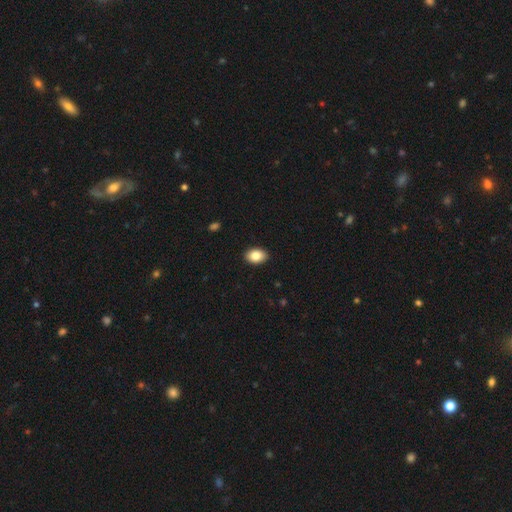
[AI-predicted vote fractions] smooth 85%, star or artifact 7%, featured or disk 7%. Down the decision tree: how rounded — in between (84%); merging — none (91%).